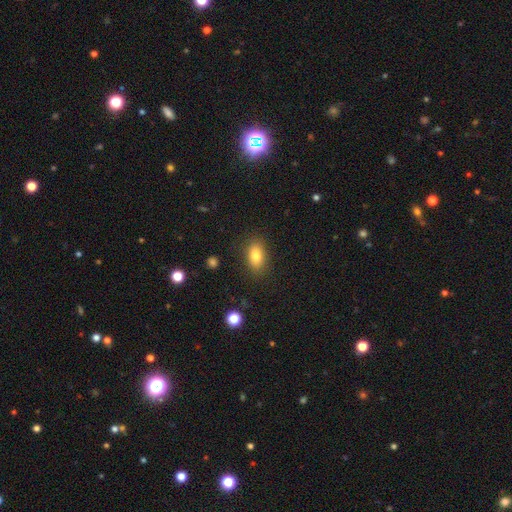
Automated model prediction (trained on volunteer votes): Overall: smooth (81%). How rounded: in between (86%). Merging: none (86%).